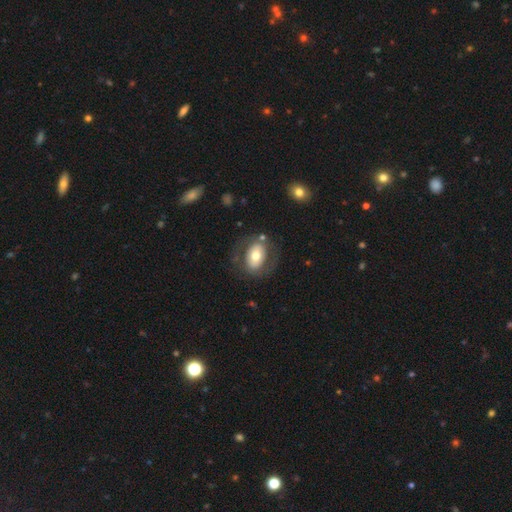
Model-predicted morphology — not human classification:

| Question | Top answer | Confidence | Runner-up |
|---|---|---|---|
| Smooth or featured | smooth | 53% | featured or disk (40%) |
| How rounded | in between | 76% | round (23%) |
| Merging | none | 69% | minor disturbance (15%) |